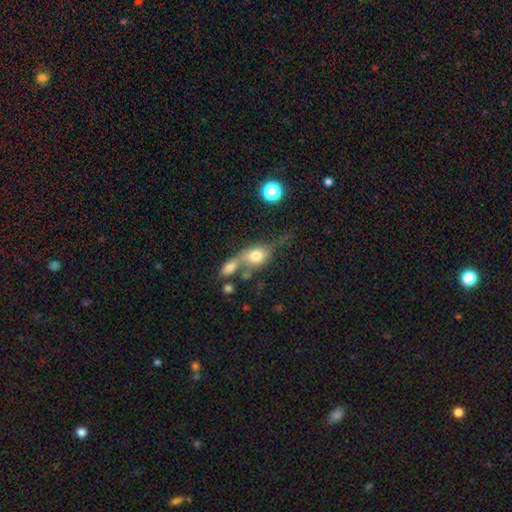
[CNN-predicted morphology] smooth_or_featured: smooth (p=0.67) [alt: featured or disk p=0.22]
how_rounded: in between (p=0.64) [alt: round p=0.32]
merging: merger (p=0.42) [alt: none p=0.31]